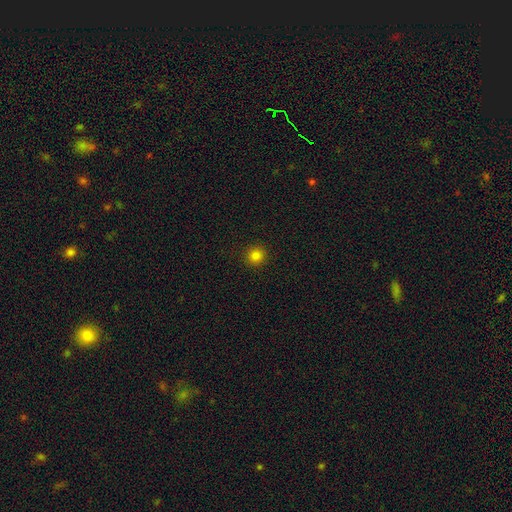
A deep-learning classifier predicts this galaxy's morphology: A smooth galaxy with no disk features (82%) that is round (93%). Merging: none (92%).